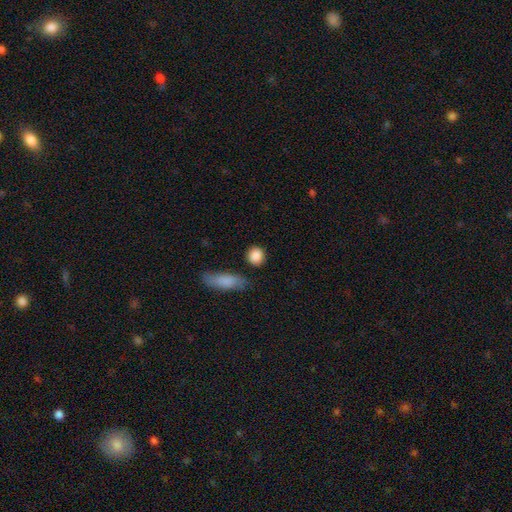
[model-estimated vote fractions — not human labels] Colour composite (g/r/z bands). It shows a smooth galaxy with no disk features (88%) that is round (75%). Merging: none (80%).